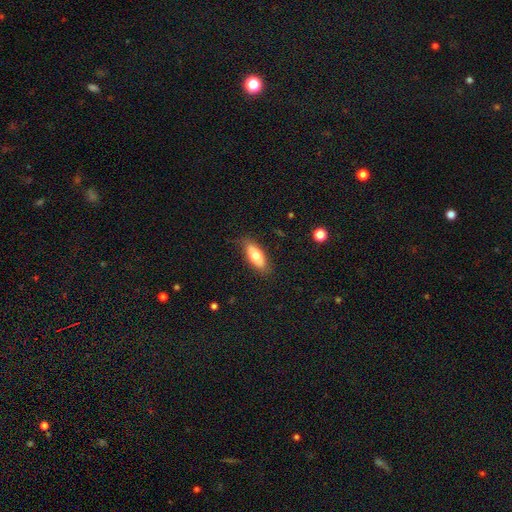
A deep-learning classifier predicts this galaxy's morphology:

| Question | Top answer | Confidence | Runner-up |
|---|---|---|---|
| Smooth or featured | smooth | 72% | featured or disk (22%) |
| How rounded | in between | 78% | cigar-shaped (19%) |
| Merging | none | 81% | minor disturbance (14%) |